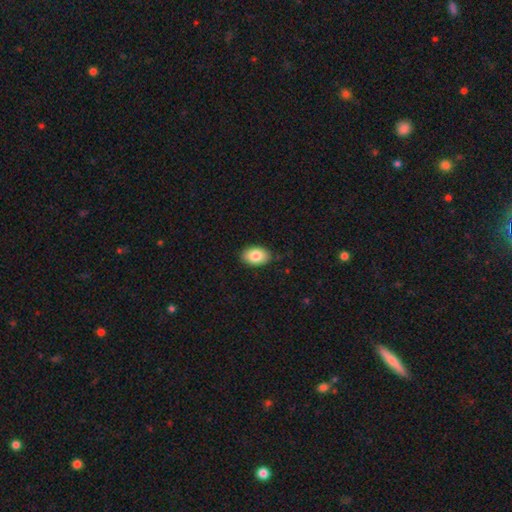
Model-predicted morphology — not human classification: Smooth or featured? Predicted: smooth (p=0.84). How rounded? Predicted: in between (p=0.89). Merging? Predicted: none (p=0.88).